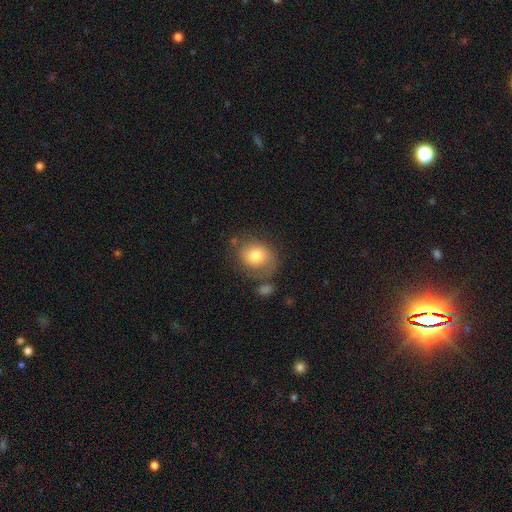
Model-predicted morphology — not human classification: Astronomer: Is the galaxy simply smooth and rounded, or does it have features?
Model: smooth — 76%.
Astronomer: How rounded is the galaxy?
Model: round — 63%.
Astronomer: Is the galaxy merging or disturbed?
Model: none — 63%.